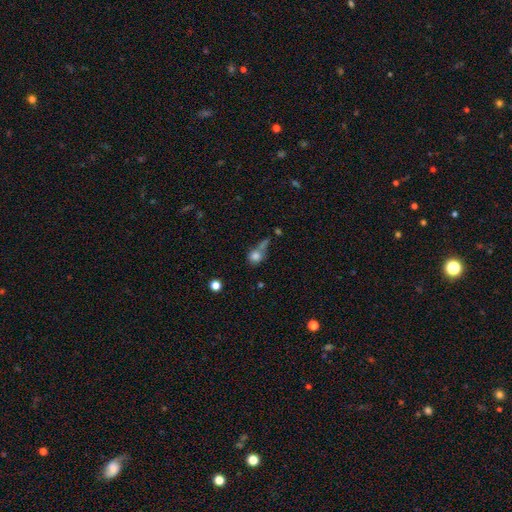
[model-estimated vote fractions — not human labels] This is likely a smooth galaxy (76%). How rounded: likely round (73%). Merging: marginally none (36%).